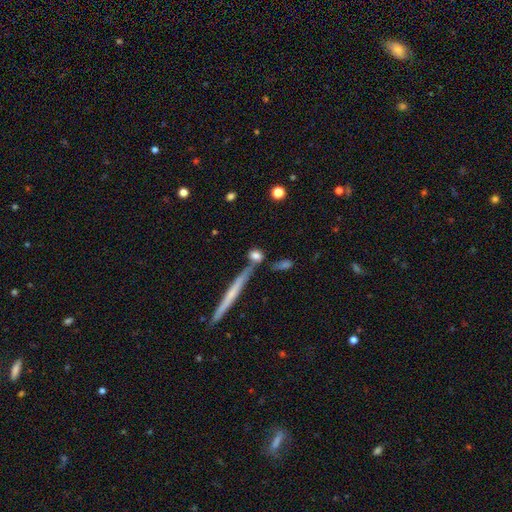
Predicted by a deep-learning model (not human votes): smooth 71%, featured or disk 20%, star or artifact 9%. Down the decision tree: how rounded — in between (43%); merging — none (60%).